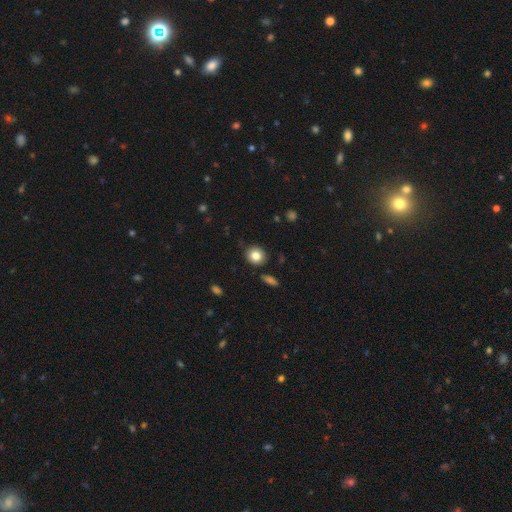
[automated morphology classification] Overall: smooth (81%). How rounded: round (80%). Merging: none (86%).